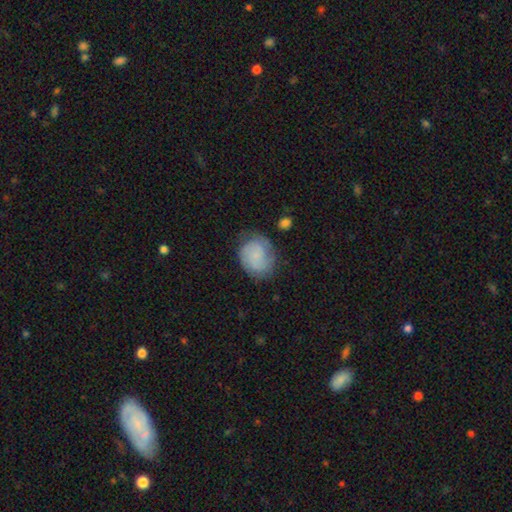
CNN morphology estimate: Overall: smooth (53%; featured or disk 38%). How rounded: round (68%; in between 31%). Merging: none (66%).